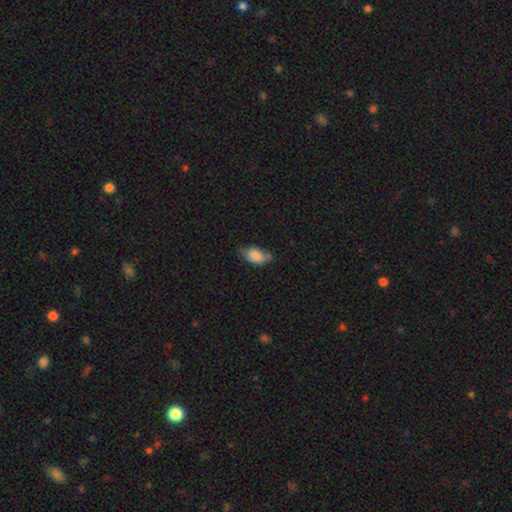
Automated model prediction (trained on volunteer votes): Morphology: type=smooth (81%); roundness=in between (91%); merging=none (49%).